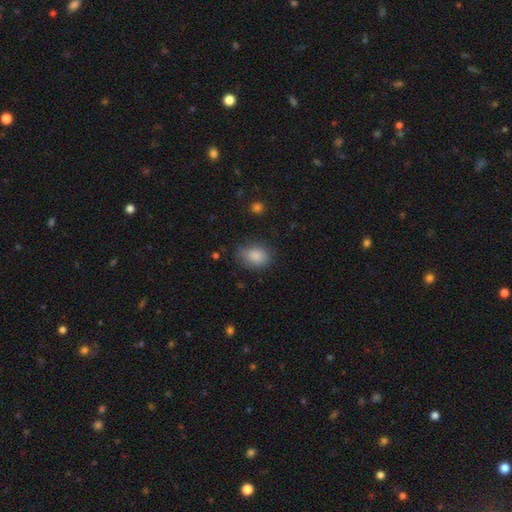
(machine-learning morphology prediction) Smooth or featured: smooth — 86% (star or artifact — 9%)
How rounded: in between — 62% (round — 37%)
Merging: none — 69% (minor disturbance — 23%)